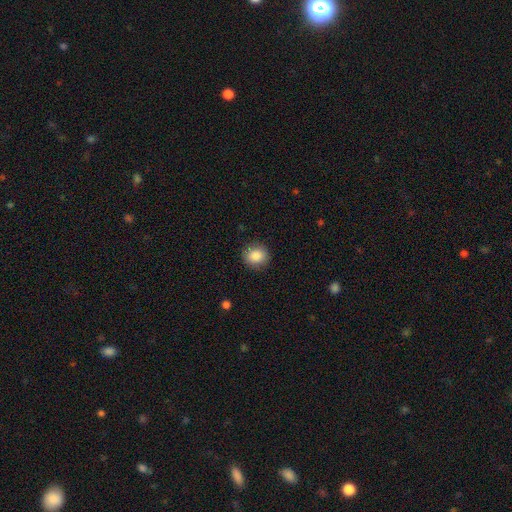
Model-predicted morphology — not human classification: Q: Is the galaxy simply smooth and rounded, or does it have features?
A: smooth — 87%.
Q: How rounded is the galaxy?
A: round — 84%.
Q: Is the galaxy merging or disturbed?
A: none — 88%.